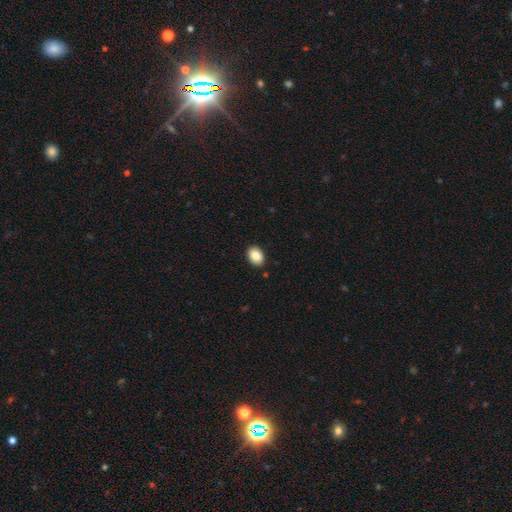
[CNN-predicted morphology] smooth 86%, star or artifact 8%, featured or disk 6%. Down the decision tree: how rounded — in between (73%); merging — none (91%).